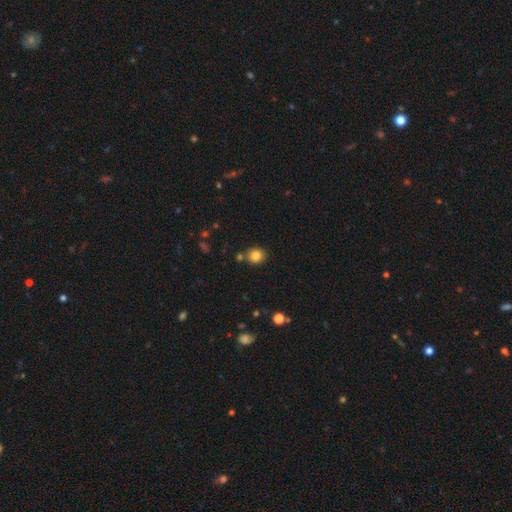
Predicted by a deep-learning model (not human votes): Smooth or featured: smooth — 83% (star or artifact — 11%)
How rounded: round — 79% (in between — 20%)
Merging: none — 79% (merger — 10%)